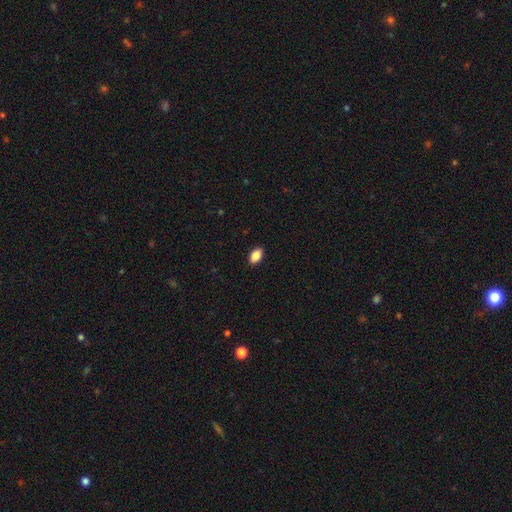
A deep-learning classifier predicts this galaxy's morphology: Smooth or featured?
  - smooth: 87% *
  - star or artifact: 8%
  - featured or disk: 6%
How rounded?
  - in between: 91% *
  - round: 6%
  - cigar-shaped: 2%
Merging?
  - none: 90% *
  - minor disturbance: 8%
  - major disturbance: 2%
  - merger: 1%